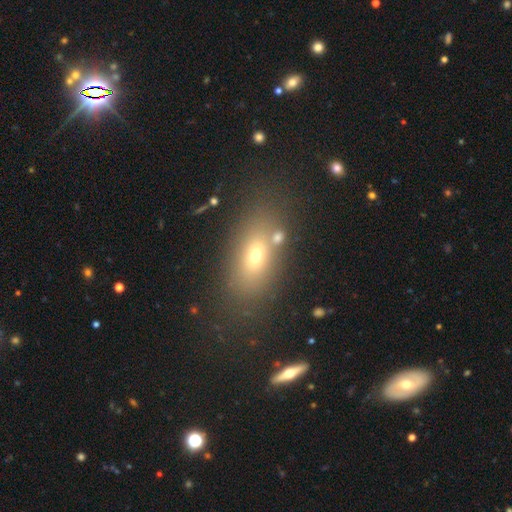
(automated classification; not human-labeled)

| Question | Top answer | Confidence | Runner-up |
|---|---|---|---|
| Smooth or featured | smooth | 62% | star or artifact (20%) |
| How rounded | in between | 76% | round (14%) |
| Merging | none | 73% | minor disturbance (11%) |